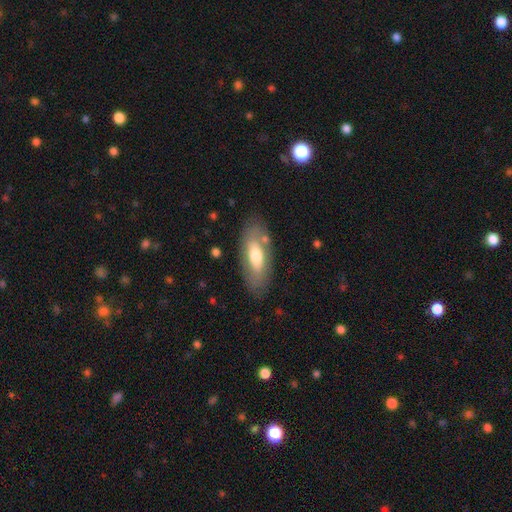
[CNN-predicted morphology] smooth-or-featured: smooth: 57% | featured or disk: 37% | star or artifact: 6%
  how-rounded: in between: 79% | cigar-shaped: 19% | round: 2%
  merging: none: 78% | minor disturbance: 14% | major disturbance: 5% | merger: 3%